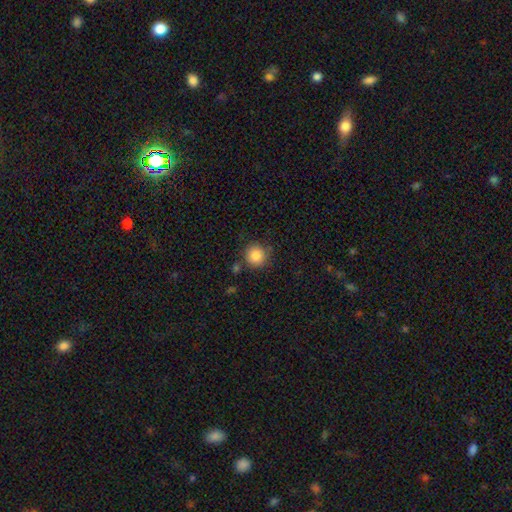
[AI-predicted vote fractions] Q: Smooth or featured?
A: smooth (84%); runner-up: star or artifact (10%)
Q: How rounded?
A: round (94%); runner-up: in between (5%)
Q: Merging?
A: none (79%); runner-up: minor disturbance (12%)